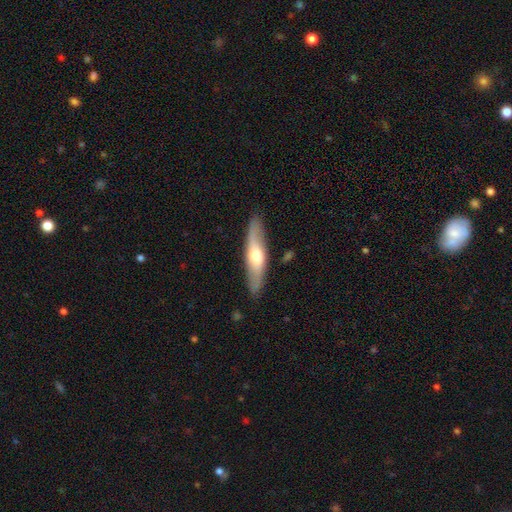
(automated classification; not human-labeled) A featured or disk galaxy (49%). Merging: none (87%).